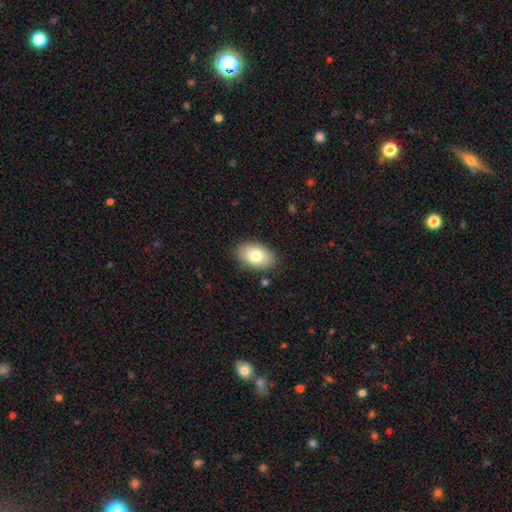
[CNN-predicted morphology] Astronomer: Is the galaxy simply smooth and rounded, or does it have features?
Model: smooth — 79%.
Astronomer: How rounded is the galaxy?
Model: in between — 91%.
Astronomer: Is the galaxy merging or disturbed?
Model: none — 86%.